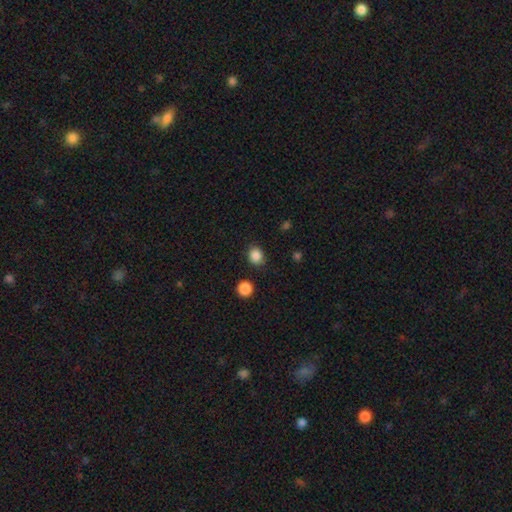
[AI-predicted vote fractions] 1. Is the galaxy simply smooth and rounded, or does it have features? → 86% smooth, 10% star or artifact, 4% featured or disk.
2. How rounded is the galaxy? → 72% round, 27% in between, 1% cigar-shaped.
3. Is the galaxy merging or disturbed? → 86% none, 8% minor disturbance, 3% merger, 3% major disturbance.